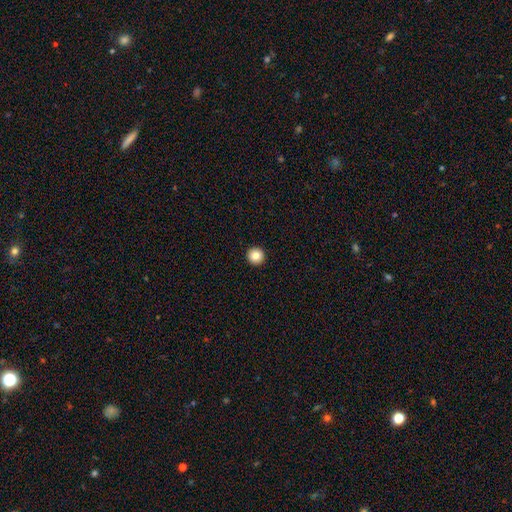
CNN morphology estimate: smooth_or_featured: smooth (p=0.84) [alt: star or artifact p=0.10]
how_rounded: round (p=0.96) [alt: in between p=0.03]
merging: none (p=0.94) [alt: minor disturbance p=0.04]